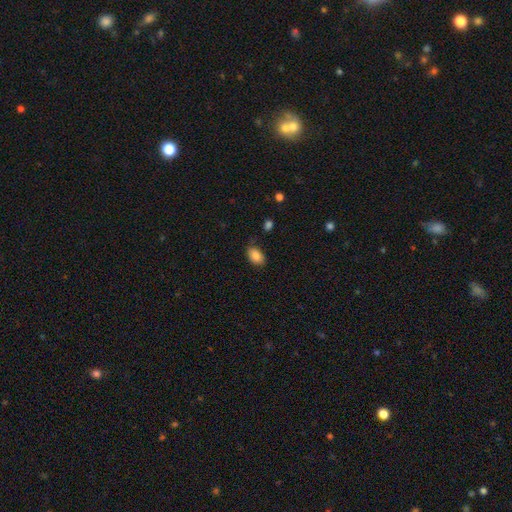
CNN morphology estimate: Smooth or featured: smooth — 86% (star or artifact — 8%)
How rounded: in between — 88% (round — 11%)
Merging: none — 78% (minor disturbance — 16%)